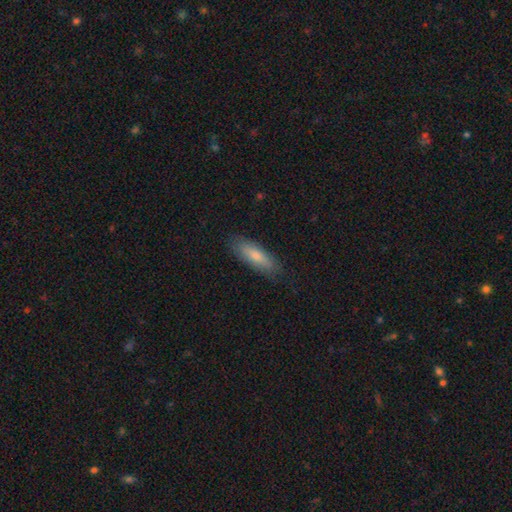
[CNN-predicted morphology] Overall: smooth (78%). How rounded: in between (49%, tied with cigar-shaped). Merging: none (84%).